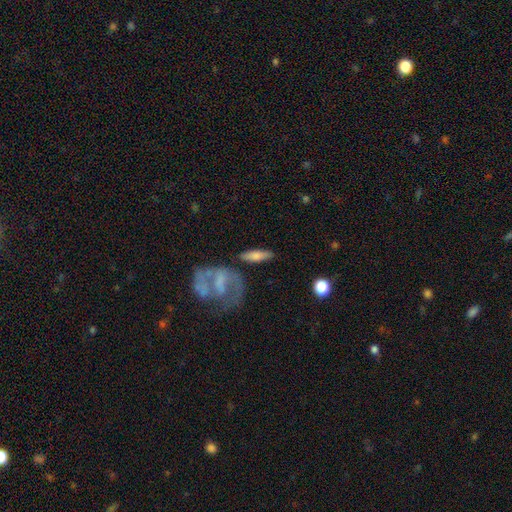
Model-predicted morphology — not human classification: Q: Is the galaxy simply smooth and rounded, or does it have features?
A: smooth — 63%.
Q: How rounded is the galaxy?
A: cigar-shaped — 57%.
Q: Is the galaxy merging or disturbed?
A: none — 75%.